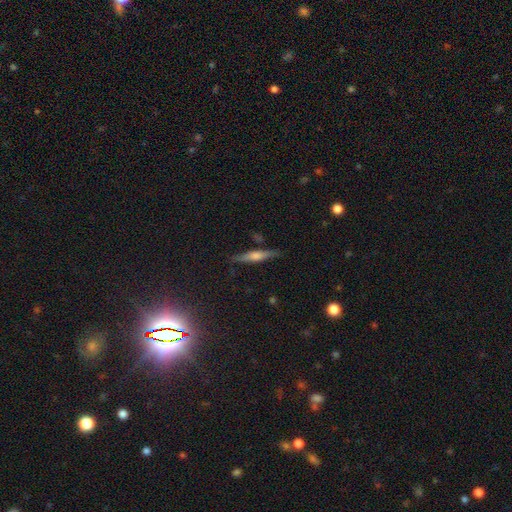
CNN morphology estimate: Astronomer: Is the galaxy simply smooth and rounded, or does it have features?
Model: featured or disk — 62%.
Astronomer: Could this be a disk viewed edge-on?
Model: yes — 96%.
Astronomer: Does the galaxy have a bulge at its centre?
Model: rounded — 76%.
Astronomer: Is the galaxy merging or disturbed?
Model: none — 86%.